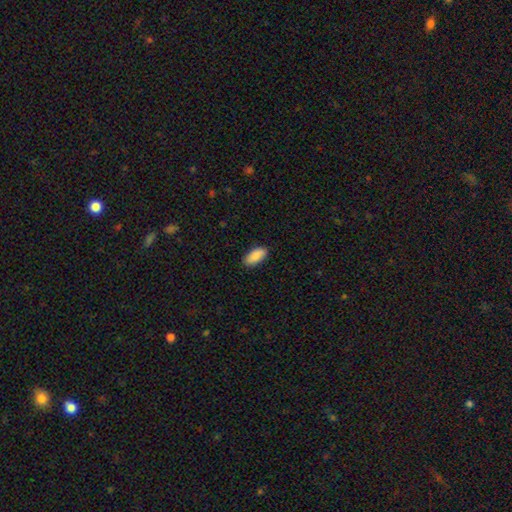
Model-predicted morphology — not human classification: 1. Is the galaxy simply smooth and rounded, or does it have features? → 89% smooth, 6% star or artifact, 5% featured or disk.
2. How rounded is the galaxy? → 90% in between, 8% cigar-shaped, 2% round.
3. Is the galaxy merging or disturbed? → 88% none, 9% minor disturbance, 2% major disturbance, 1% merger.